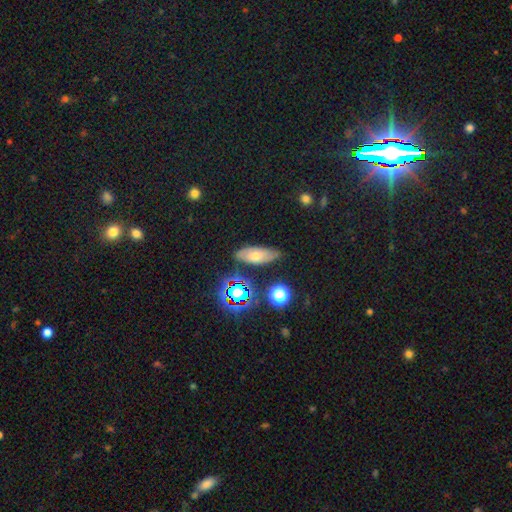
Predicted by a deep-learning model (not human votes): The model was most divided on "smooth or featured": smooth: 53%, featured or disk: 24%, star or artifact: 23%. More confident: merging — none (78%); how rounded — in between (66%).